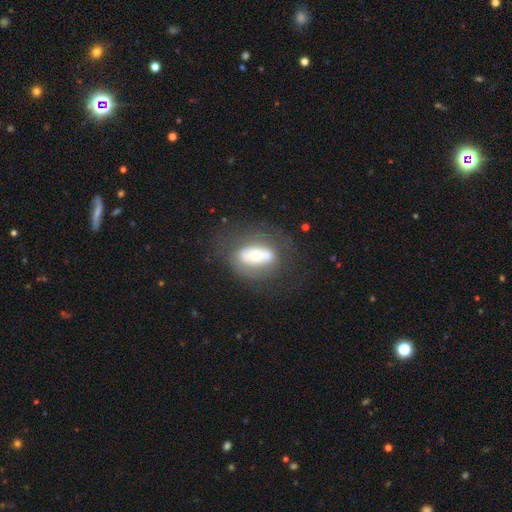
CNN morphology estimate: A featured or disk galaxy (53%). Merging: none (66%).